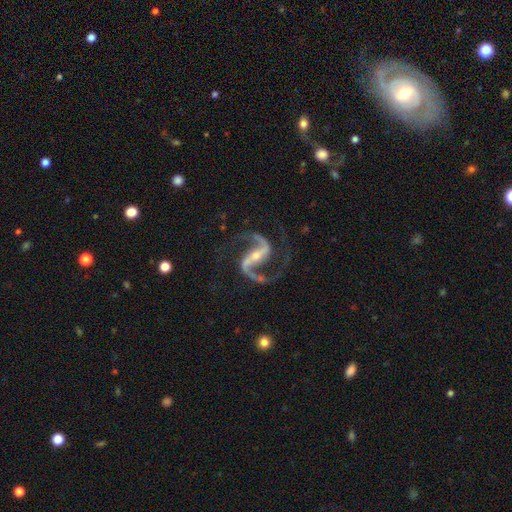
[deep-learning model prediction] Smooth or featured? featured or disk (94%)
Edge-on disk? no (98%)
Bar? strong (65%)
Spiral arms? yes (99%)
Spiral winding? medium (59%)
Spiral arm count? 2 (94%)
Bulge size? small (62%)
Merging? none (79%)